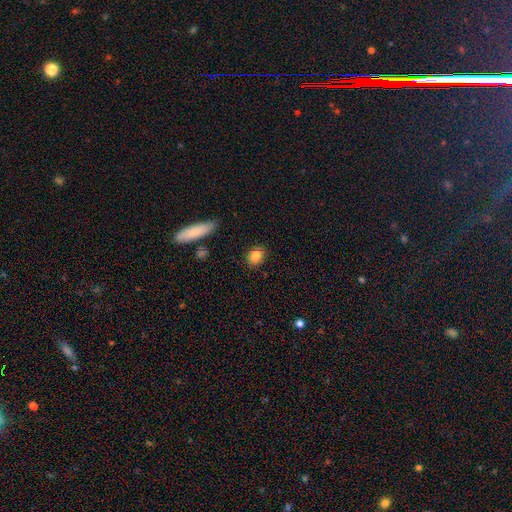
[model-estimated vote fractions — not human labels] smooth 85%, star or artifact 9%, featured or disk 6%. Down the decision tree: how rounded — in between (49%, tied with round); merging — none (86%).